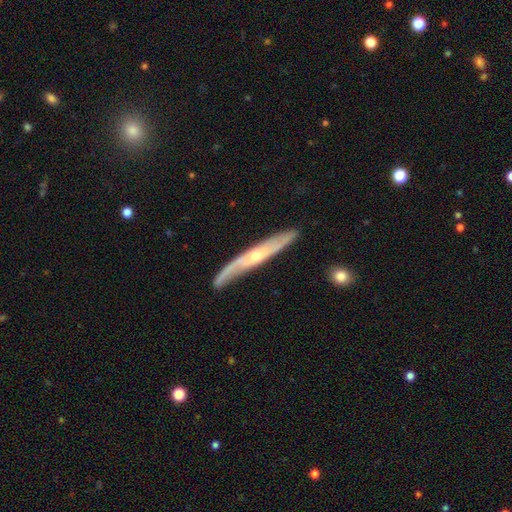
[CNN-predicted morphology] This is likely a featured or disk galaxy (71%). It is likely viewed edge-on (73%). Edge-on bulge: likely rounded (65%). Merging: likely none (78%).